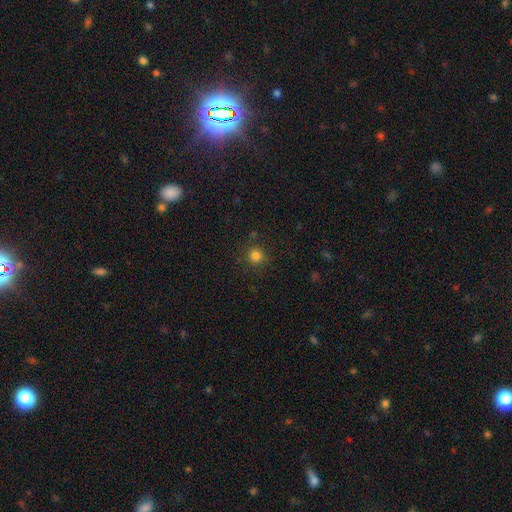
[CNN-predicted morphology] A smooth galaxy with no disk features (81%) that is round (94%). Merging: none (87%).